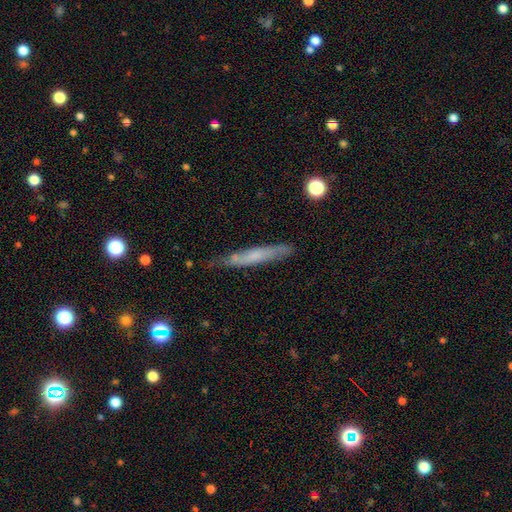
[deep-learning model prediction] Smooth or featured? smooth (52%)
How rounded? cigar-shaped (93%)
Merging? none (70%)